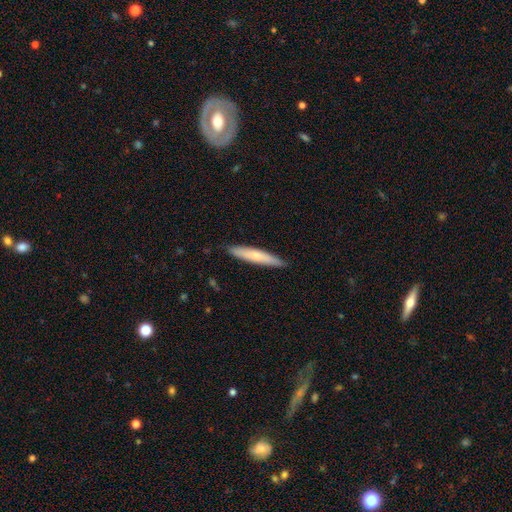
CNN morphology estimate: Smooth or featured? Predicted: smooth (p=0.66). How rounded? Predicted: cigar-shaped (p=0.91). Merging? Predicted: none (p=0.89).